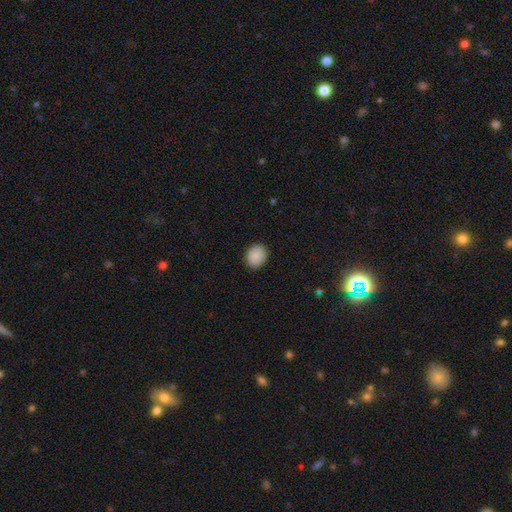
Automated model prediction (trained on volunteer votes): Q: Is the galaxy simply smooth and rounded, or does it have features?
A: smooth — 89%.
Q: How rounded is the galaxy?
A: round — 64%.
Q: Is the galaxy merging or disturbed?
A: none — 90%.